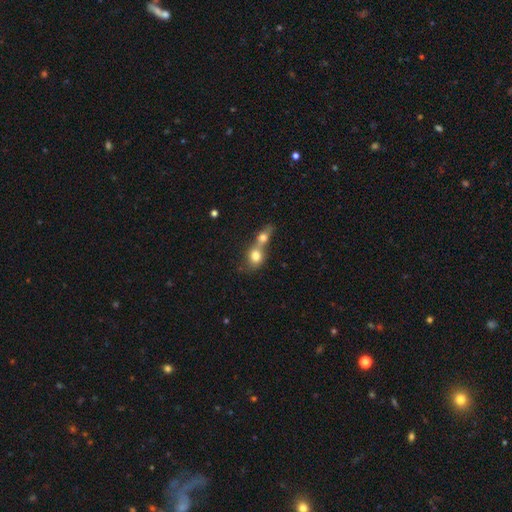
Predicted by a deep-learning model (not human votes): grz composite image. It shows a smooth galaxy with no disk features (76%) that is round (65%). Merging: merger (73%).